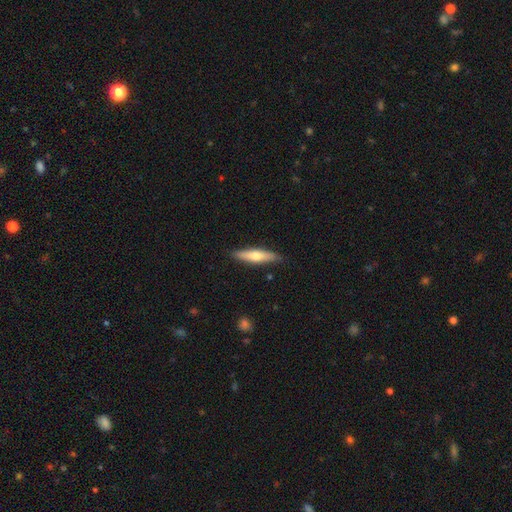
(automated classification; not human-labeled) Overall: smooth (55%; featured or disk 40%). How rounded: cigar-shaped (80%). Merging: none (89%).